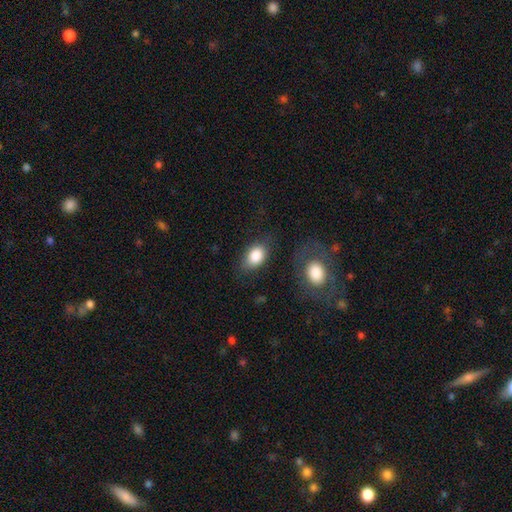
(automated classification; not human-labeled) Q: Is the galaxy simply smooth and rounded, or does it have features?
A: smooth — 85%.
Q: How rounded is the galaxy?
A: in between — 86%.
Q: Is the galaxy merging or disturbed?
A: none — 73%.